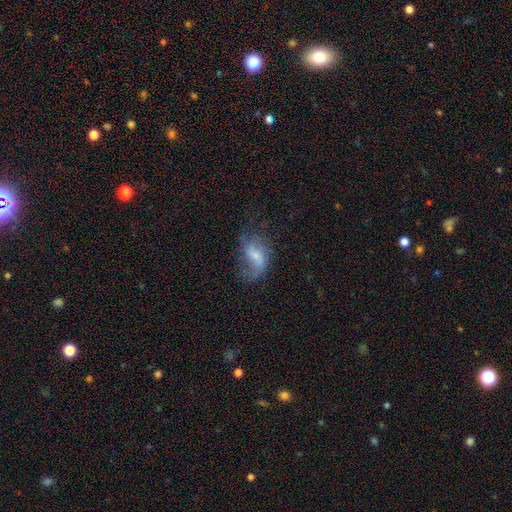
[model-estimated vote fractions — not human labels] Q: Smooth or featured?
A: featured or disk (56%); runner-up: smooth (35%)
Q: Edge-on disk?
A: no (96%); runner-up: yes (4%)
Q: Bar?
A: weak (44%); tied with: no (44%)
Q: Spiral arms?
A: yes (77%); runner-up: no (23%)
Q: Bulge size?
A: small (38%); runner-up: moderate (32%)
Q: Merging?
A: none (40%); runner-up: major disturbance (33%)